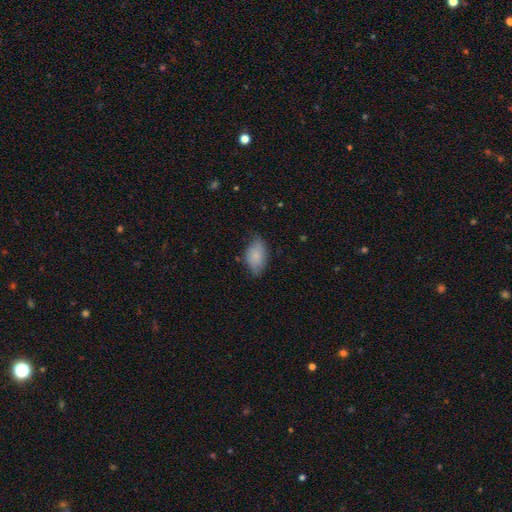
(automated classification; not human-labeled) Smooth or featured: smooth — 81% (featured or disk — 12%)
How rounded: in between — 91% (round — 7%)
Merging: none — 66% (minor disturbance — 27%)